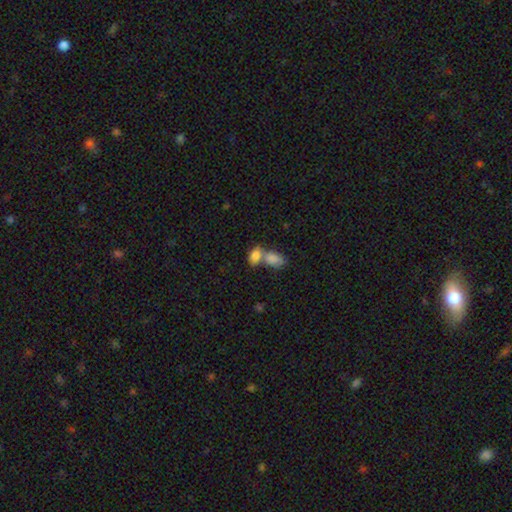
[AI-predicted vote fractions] A smooth galaxy with no disk features (84%) that is in between round and cigar-shaped (88%).

Vote fractions:
- Smooth or featured? smooth: 84% / featured or disk: 8% / star or artifact: 8%
- How rounded? in between: 88% / round: 10% / cigar-shaped: 2%
- Merging? merger: 63% / none: 26% / minor disturbance: 8% / major disturbance: 4%